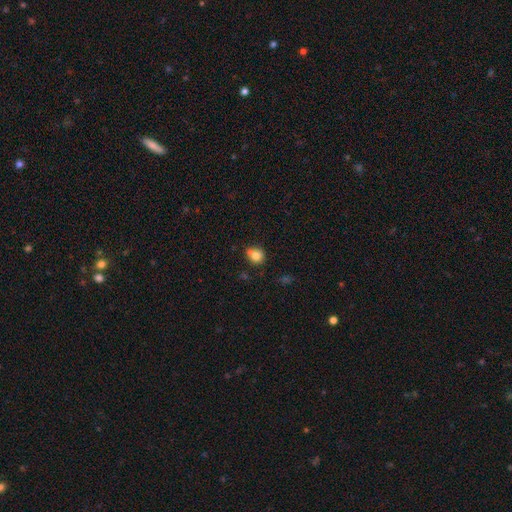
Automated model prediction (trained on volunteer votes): Overall: smooth (80%). How rounded: round (74%). Merging: none (63%; minor disturbance 25%).